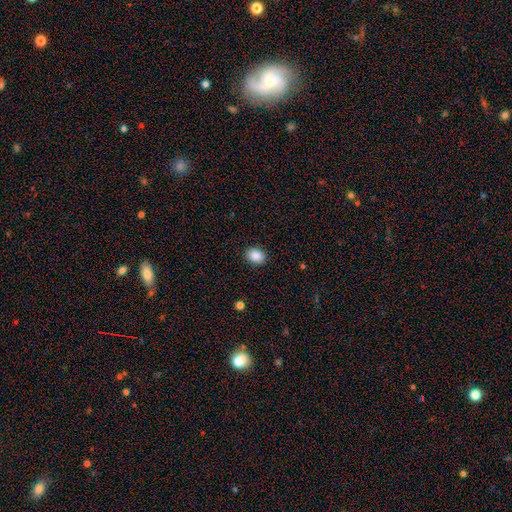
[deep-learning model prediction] smooth-or-featured: smooth: 89% | star or artifact: 8% | featured or disk: 3%
  how-rounded: in between: 59% | round: 40% | cigar-shaped: 1%
  merging: none: 90% | minor disturbance: 7% | major disturbance: 2% | merger: 1%